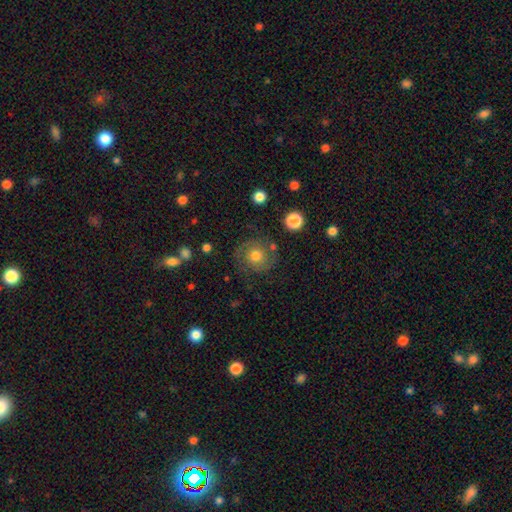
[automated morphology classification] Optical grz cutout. It shows a featured or disk galaxy (62%) with no bar (82%), 2 (83%) tight (51%) spiral arms (90%) and a moderate central bulge (72%). Merging: none (78%).